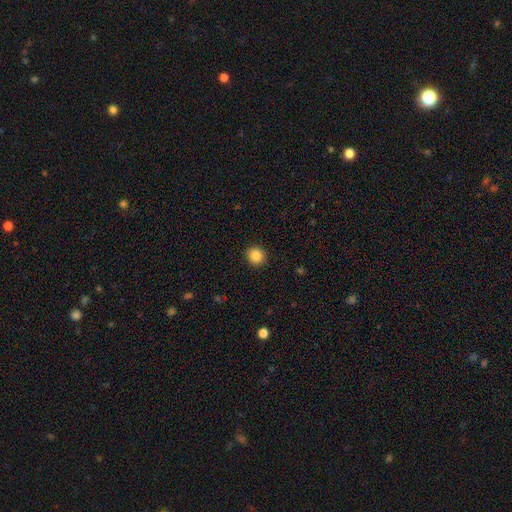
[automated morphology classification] A smooth galaxy with no disk features (86%) that is round (89%). Merging: none (92%).